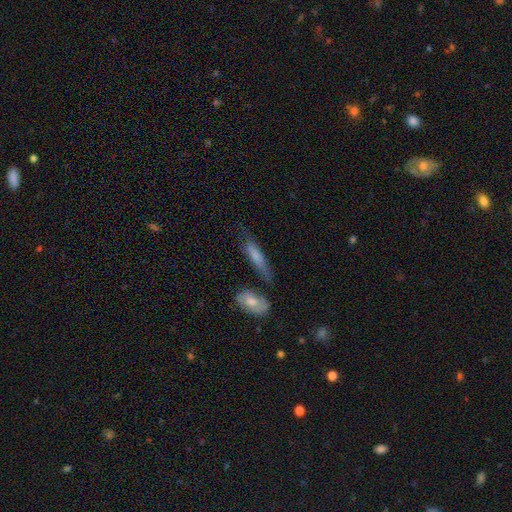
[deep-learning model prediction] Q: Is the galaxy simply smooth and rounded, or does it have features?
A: smooth — 64%.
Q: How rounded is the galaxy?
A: cigar-shaped — 71%.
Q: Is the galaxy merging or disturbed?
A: none — 53%.